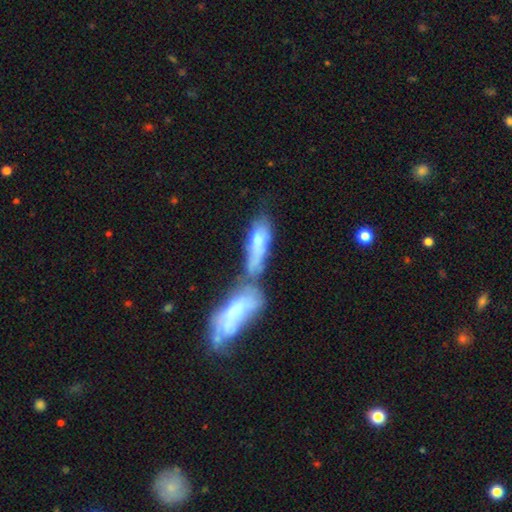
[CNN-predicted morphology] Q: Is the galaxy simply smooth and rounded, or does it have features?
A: smooth — 61%.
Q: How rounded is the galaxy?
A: in between — 50%.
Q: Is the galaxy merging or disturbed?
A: merger — 57%.